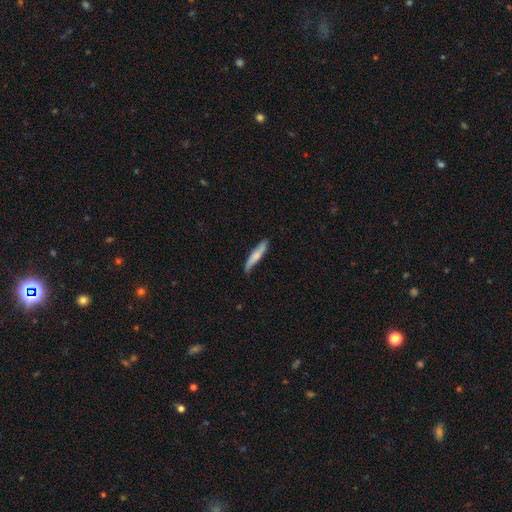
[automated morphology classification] type=smooth (68%); roundness=cigar-shaped (89%); merging=none (76%).